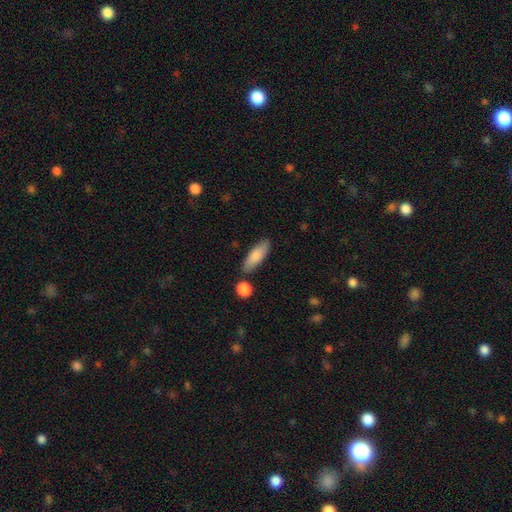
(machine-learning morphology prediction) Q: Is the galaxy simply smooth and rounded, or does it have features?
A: smooth — 83%.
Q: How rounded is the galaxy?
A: in between — 62%.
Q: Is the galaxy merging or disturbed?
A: none — 79%.